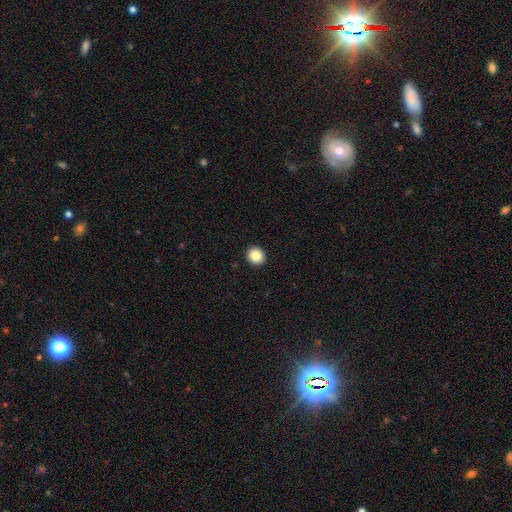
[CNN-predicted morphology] smooth_or_featured: smooth (p=0.86) [alt: star or artifact p=0.09]
how_rounded: round (p=0.88) [alt: in between p=0.11]
merging: none (p=0.93) [alt: minor disturbance p=0.04]